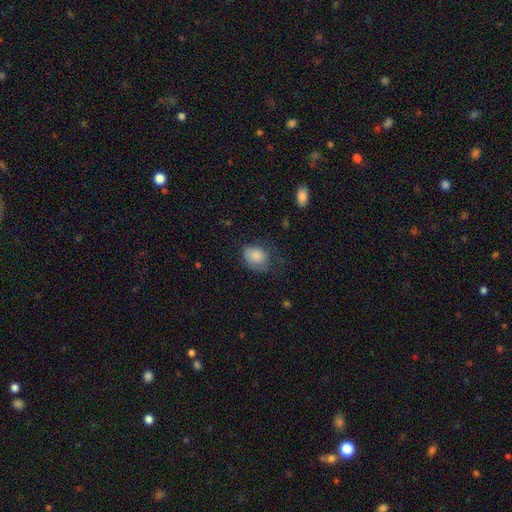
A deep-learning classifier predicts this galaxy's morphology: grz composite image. It shows a smooth galaxy with no disk features (82%) that is in between round and cigar-shaped (62%). Merging: none (47%).